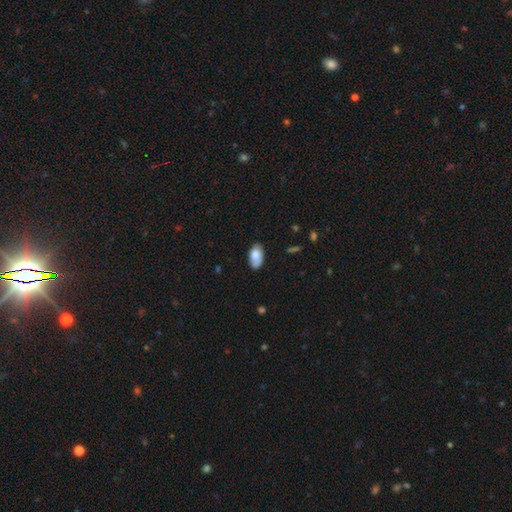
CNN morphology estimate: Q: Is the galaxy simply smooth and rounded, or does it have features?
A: smooth — 80%.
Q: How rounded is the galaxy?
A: in between — 94%.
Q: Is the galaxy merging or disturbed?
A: none — 72%.